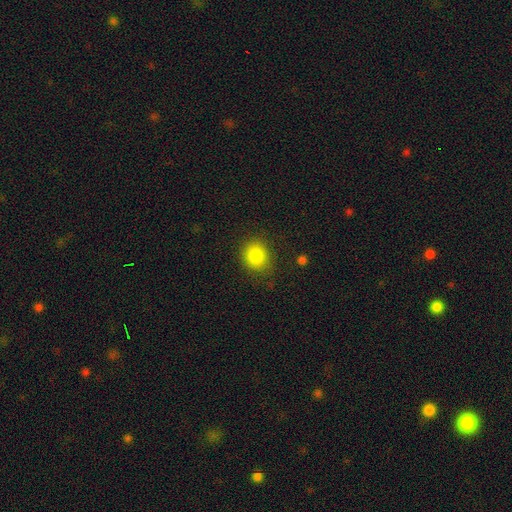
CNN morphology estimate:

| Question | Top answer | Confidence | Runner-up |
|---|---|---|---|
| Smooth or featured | smooth | 85% | star or artifact (10%) |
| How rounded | round | 72% | in between (28%) |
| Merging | none | 83% | minor disturbance (12%) |